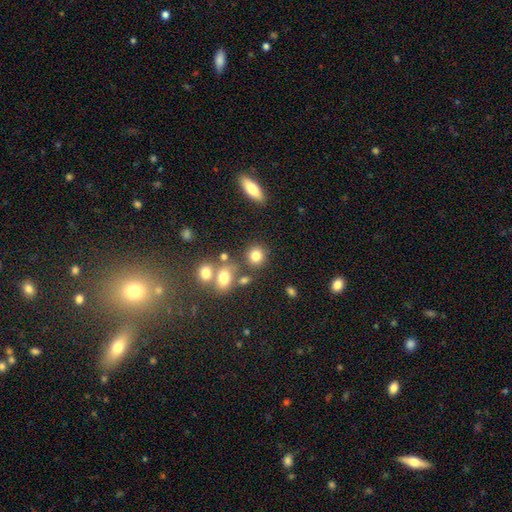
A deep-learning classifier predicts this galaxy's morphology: Smooth or featured? Predicted: smooth (p=0.79). How rounded? Predicted: round (p=0.81). Merging? Predicted: none (p=0.70).